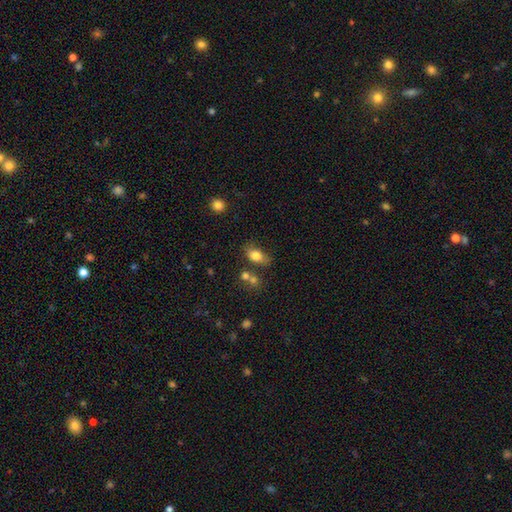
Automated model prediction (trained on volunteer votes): Smooth or featured? smooth (81%)
How rounded? in between (85%)
Merging? none (57%)